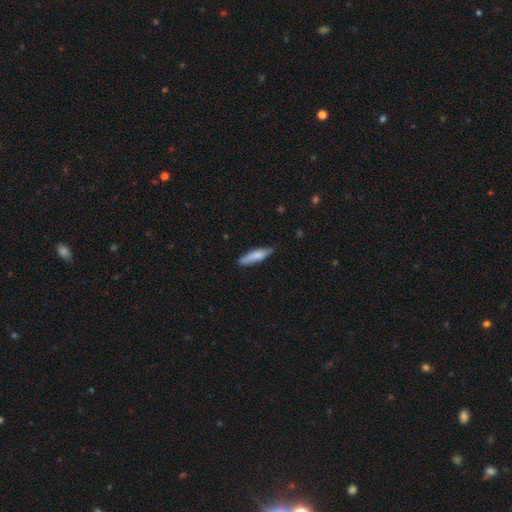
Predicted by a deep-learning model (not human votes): A smooth galaxy with no disk features (73%) that is cigar-shaped (77%).

Vote fractions:
- Smooth or featured? smooth: 73% / featured or disk: 21% / star or artifact: 6%
- How rounded? cigar-shaped: 77% / in between: 21% / round: 2%
- Merging? none: 73% / minor disturbance: 22% / major disturbance: 4% / merger: 2%